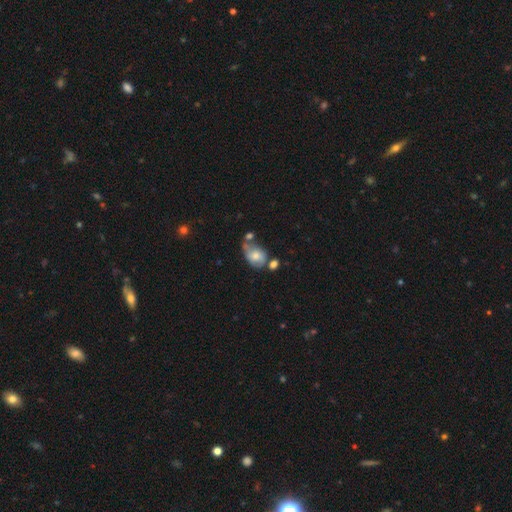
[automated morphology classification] Q: Smooth or featured?
A: smooth (58%); runner-up: featured or disk (33%)
Q: How rounded?
A: in between (68%); runner-up: round (31%)
Q: Merging?
A: none (31%); runner-up: merger (29%)